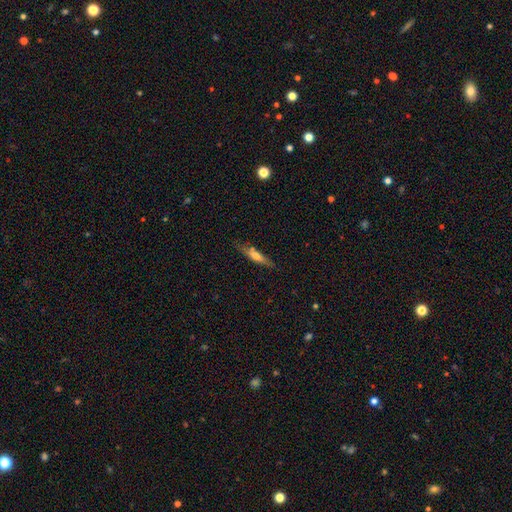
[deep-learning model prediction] A smooth galaxy with no disk features (53%) that is cigar-shaped (82%).

Vote fractions:
- Smooth or featured? smooth: 53% / featured or disk: 41% / star or artifact: 7%
- How rounded? cigar-shaped: 82% / in between: 17% / round: 2%
- Merging? none: 80% / minor disturbance: 15% / major disturbance: 3% / merger: 3%